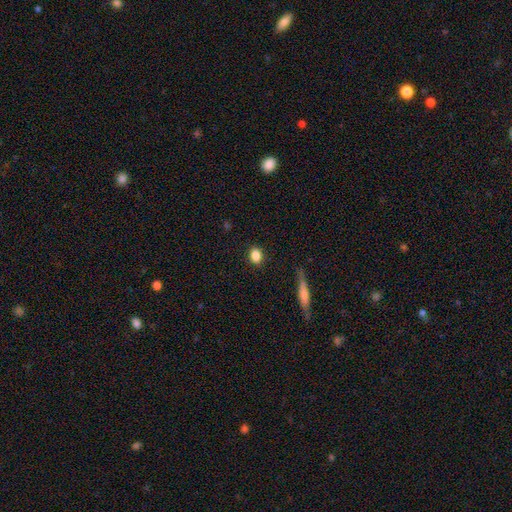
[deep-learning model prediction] smooth_or_featured: smooth (p=0.85) [alt: star or artifact p=0.09]
how_rounded: in between (p=0.54) [alt: round p=0.44]
merging: none (p=0.88) [alt: minor disturbance p=0.08]